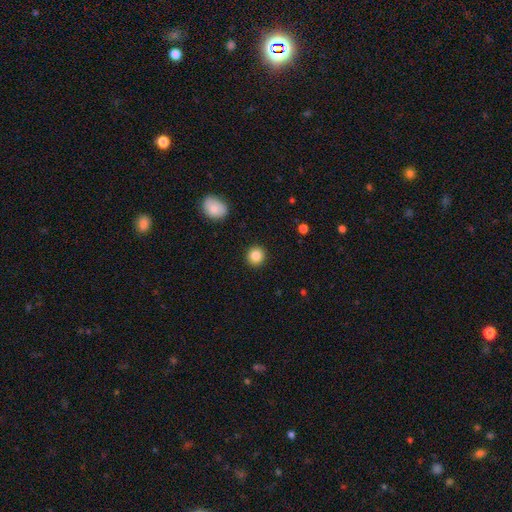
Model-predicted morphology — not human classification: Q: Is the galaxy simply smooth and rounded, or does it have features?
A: smooth — 85%.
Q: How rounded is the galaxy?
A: round — 92%.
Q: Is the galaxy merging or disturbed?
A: none — 92%.